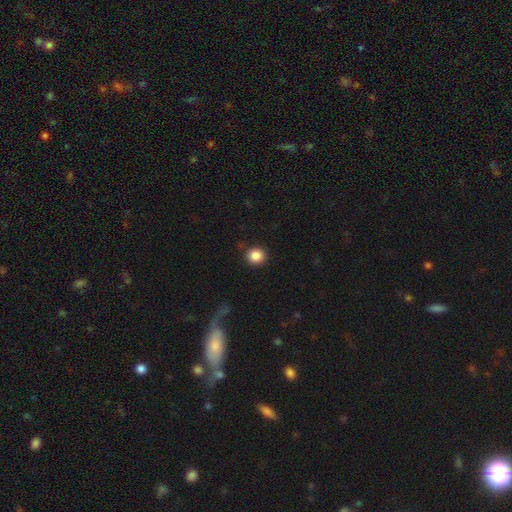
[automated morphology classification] The model was most divided on "how rounded": round: 86%, in between: 13%, cigar-shaped: 1%. More confident: merging — none (89%); smooth or featured — smooth (86%).